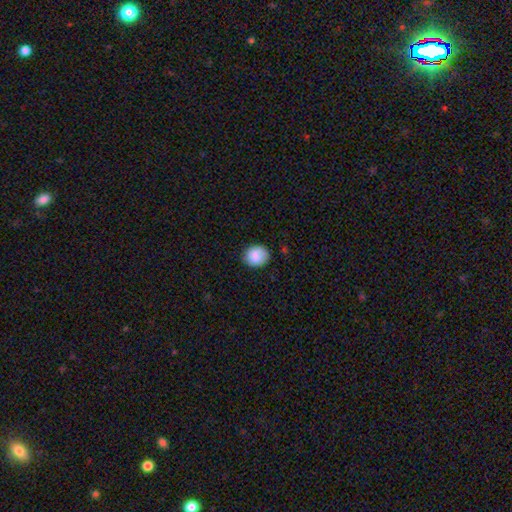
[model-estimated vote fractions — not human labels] smooth_or_featured: smooth (p=0.84) [alt: featured or disk p=0.08]
how_rounded: round (p=0.72) [alt: in between p=0.27]
merging: none (p=0.80) [alt: minor disturbance p=0.15]